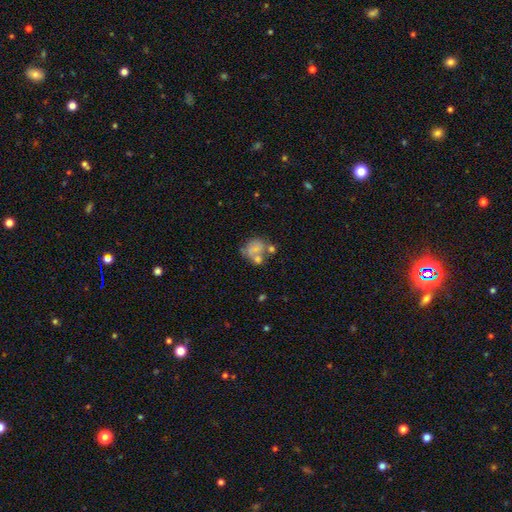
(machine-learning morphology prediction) Q: Smooth or featured?
A: smooth (50%); runner-up: featured or disk (35%)
Q: Merging?
A: merger (33%); runner-up: none (32%)